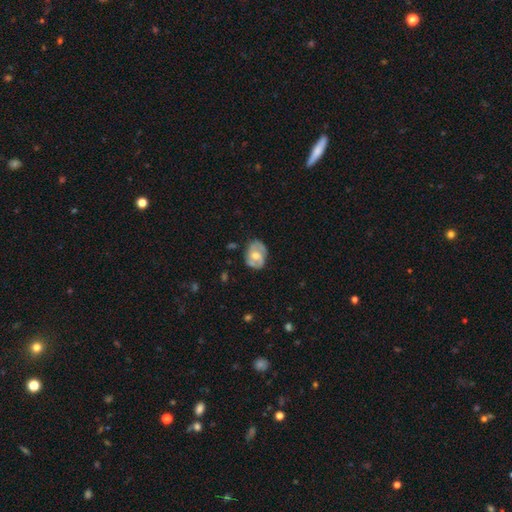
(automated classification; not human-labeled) Q: Smooth or featured?
A: featured or disk (56%); runner-up: smooth (37%)
Q: Edge-on disk?
A: no (96%); runner-up: yes (4%)
Q: Bar?
A: no (59%); runner-up: weak (34%)
Q: Spiral arms?
A: yes (70%); runner-up: no (30%)
Q: Bulge size?
A: moderate (68%); runner-up: small (21%)
Q: Merging?
A: none (65%); runner-up: minor disturbance (25%)